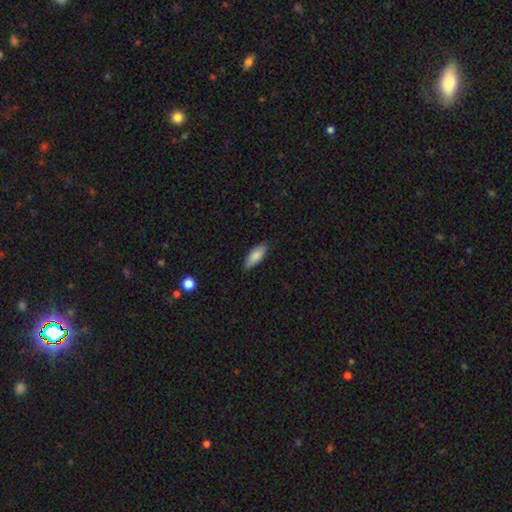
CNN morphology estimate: A smooth galaxy with no disk features (85%) that is in between round and cigar-shaped (76%).

Vote fractions:
- Smooth or featured? smooth: 85% / featured or disk: 9% / star or artifact: 6%
- How rounded? in between: 76% / cigar-shaped: 22% / round: 2%
- Merging? none: 84% / minor disturbance: 13% / major disturbance: 2% / merger: 1%